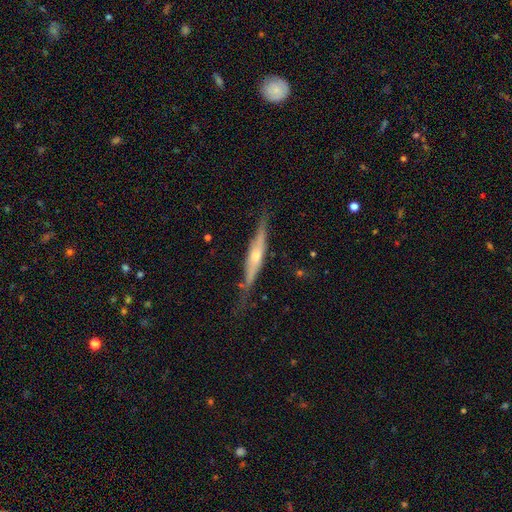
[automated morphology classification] featured or disk 74%, smooth 20%, star or artifact 6%. Down the decision tree: edge-on disk — yes (91%); edge-on bulge — rounded (80%); merging — none (72%).